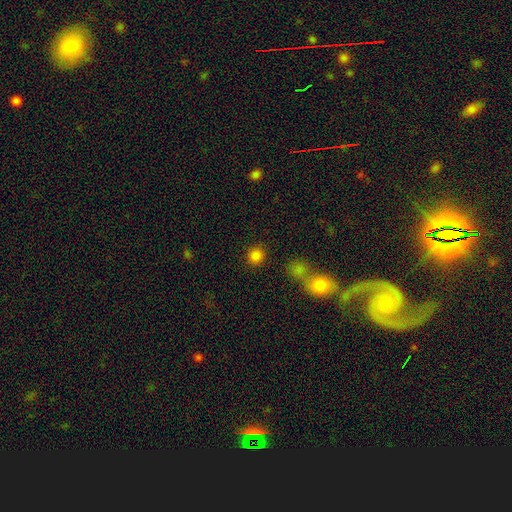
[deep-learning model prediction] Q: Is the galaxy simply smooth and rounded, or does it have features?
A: smooth — 83%.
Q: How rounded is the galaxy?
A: round — 86%.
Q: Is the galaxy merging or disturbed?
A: none — 80%.